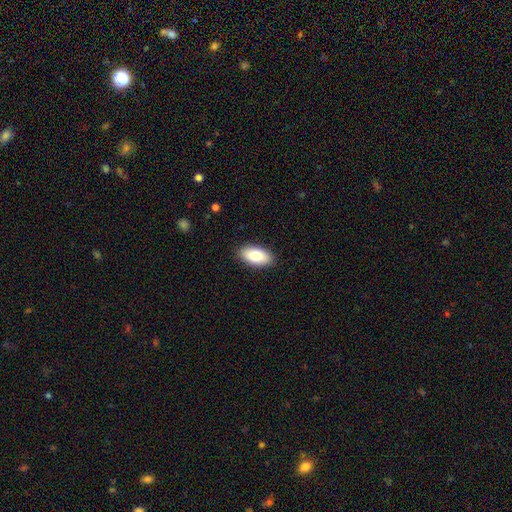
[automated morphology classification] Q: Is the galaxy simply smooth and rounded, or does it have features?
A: smooth — 81%.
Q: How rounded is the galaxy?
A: in between — 93%.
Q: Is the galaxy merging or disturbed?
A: none — 89%.